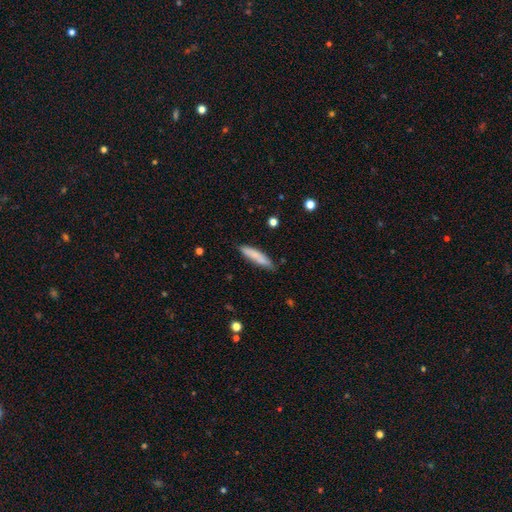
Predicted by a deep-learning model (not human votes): Morphology: type=smooth (81%); roundness=cigar-shaped (82%); merging=none (79%).